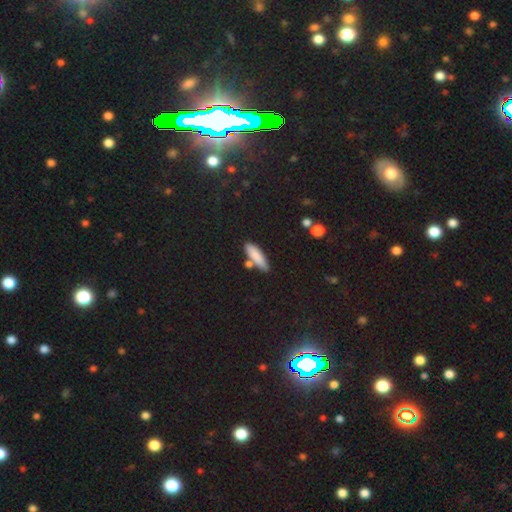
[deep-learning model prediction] This is clearly a smooth galaxy (84%). How rounded: likely cigar-shaped (62%). Merging: likely none (74%).